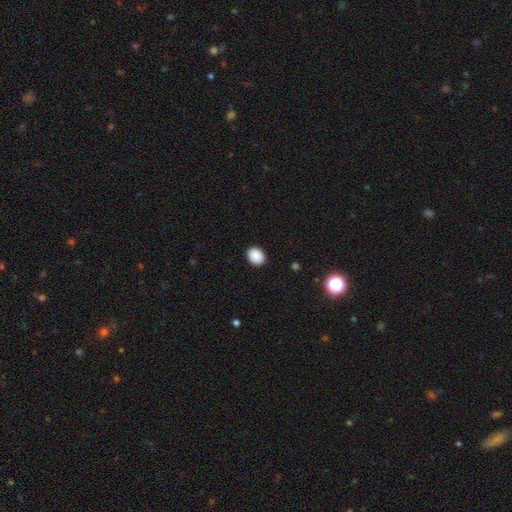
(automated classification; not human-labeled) A smooth galaxy with no disk features (90%) that is in between round and cigar-shaped (51%). Merging: none (91%).